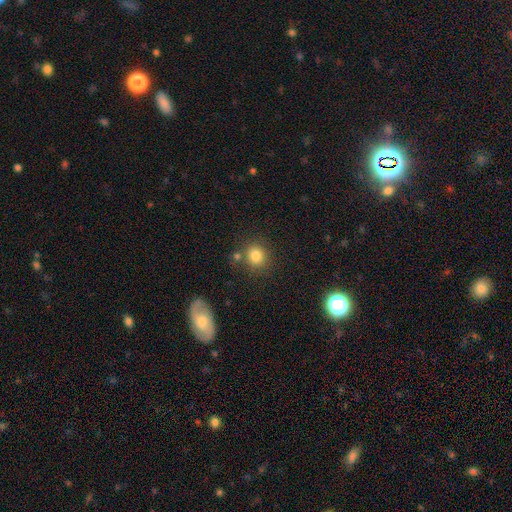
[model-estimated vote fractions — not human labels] The model was most divided on "how rounded": round: 81%, in between: 18%, cigar-shaped: 1%. More confident: smooth or featured — smooth (82%); merging — none (76%).